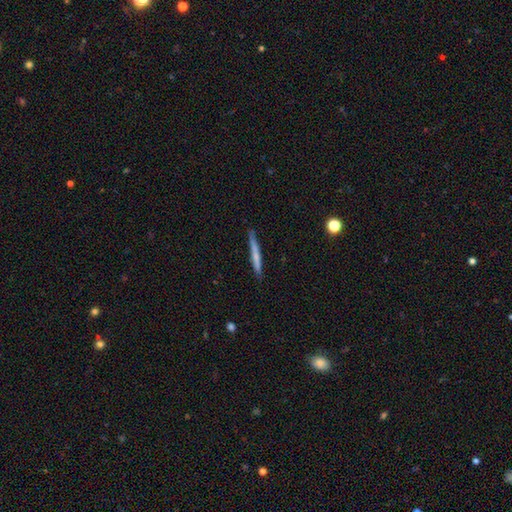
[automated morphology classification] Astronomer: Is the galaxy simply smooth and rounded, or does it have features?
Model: smooth — 56% (runner-up: featured or disk, 37%).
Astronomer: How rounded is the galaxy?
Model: cigar-shaped — 96%.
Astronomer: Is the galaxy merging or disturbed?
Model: none — 86%.